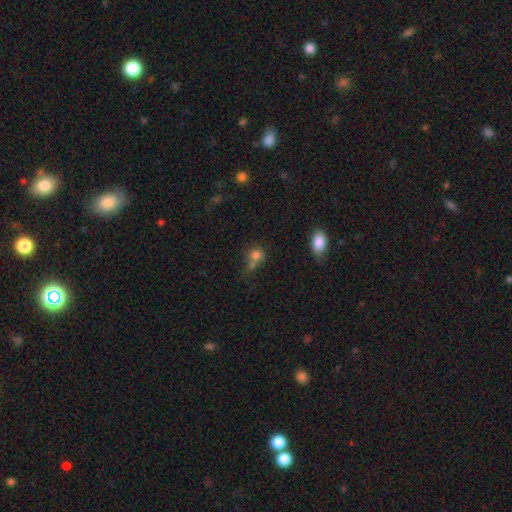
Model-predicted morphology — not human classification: Q: Smooth or featured?
A: smooth (77%); runner-up: star or artifact (13%)
Q: How rounded?
A: round (78%); runner-up: in between (21%)
Q: Merging?
A: none (43%); runner-up: merger (41%)